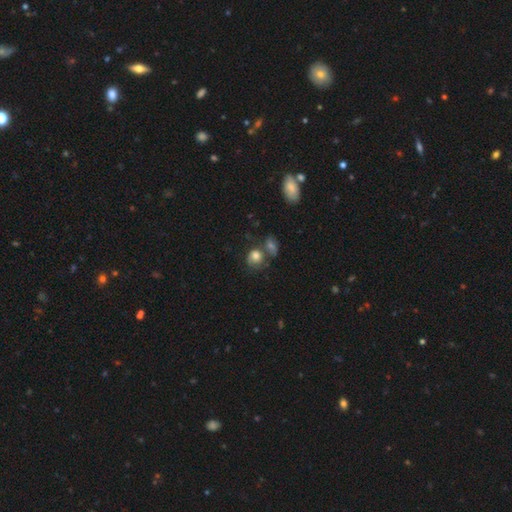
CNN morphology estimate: The model was most divided on "merging": none: 44%, merger: 27%, minor disturbance: 19%, major disturbance: 10%. More confident: smooth or featured — smooth (74%); how rounded — round (70%).